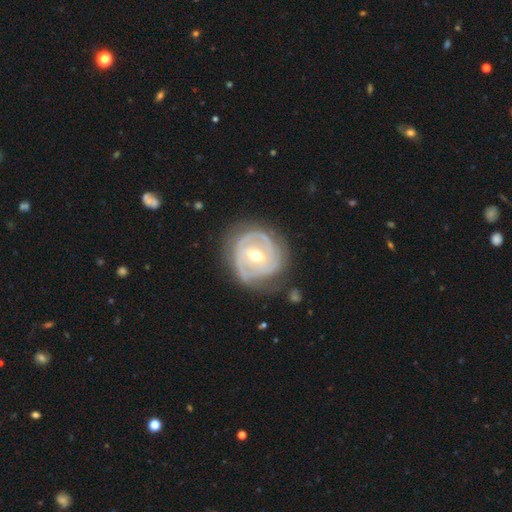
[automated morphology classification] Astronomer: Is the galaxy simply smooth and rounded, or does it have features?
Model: featured or disk — 81%.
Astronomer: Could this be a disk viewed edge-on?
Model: no — 97%.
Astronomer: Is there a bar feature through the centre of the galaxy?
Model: weak — 43% (runner-up: no, 36%).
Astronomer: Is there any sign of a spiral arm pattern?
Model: yes — 80%.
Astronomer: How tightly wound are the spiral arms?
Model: tight — 66%.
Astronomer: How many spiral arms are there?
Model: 2 — 36% (runner-up: can't tell, 33%).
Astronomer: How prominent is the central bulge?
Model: moderate — 67%.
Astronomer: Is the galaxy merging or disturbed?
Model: none — 67%.